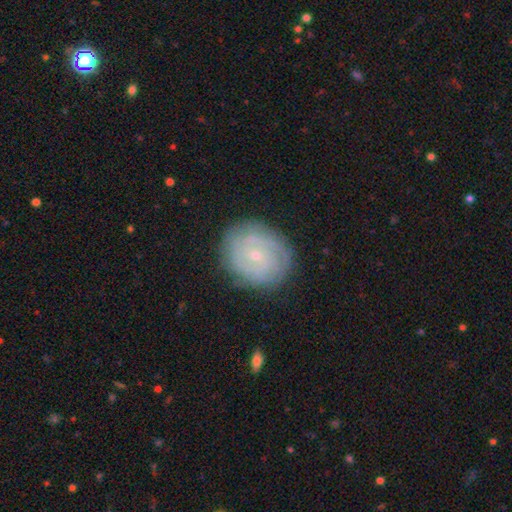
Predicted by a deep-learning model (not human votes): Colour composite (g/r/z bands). It shows a featured or disk galaxy (74%) with no bar (65%), tight (76%) spiral arms (92%) and a small central bulge (81%). Merging: none (83%).